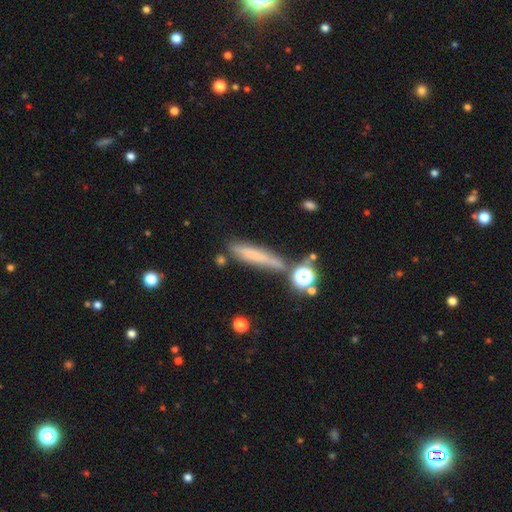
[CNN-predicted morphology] smooth-or-featured: smooth: 61% | featured or disk: 25% | star or artifact: 13%
  how-rounded: cigar-shaped: 83% | in between: 13% | round: 4%
  merging: none: 67% | minor disturbance: 18% | merger: 8% | major disturbance: 6%